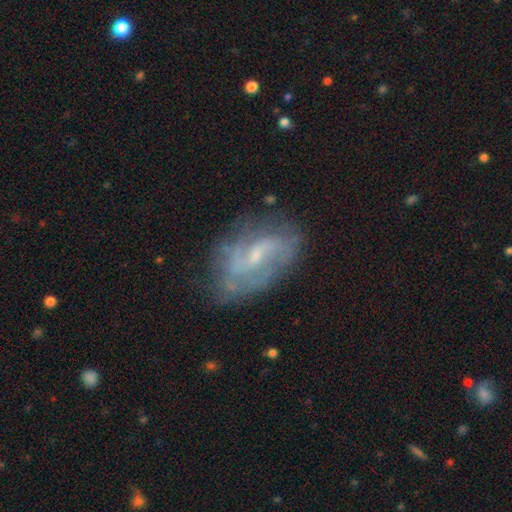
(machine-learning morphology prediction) A featured or disk galaxy (79%) with a weak bar (55%), 2 (64%) medium (43%) spiral arms (87%) and a small central bulge (66%).

Vote fractions:
- Smooth or featured? featured or disk: 79% / smooth: 14% / star or artifact: 7%
- Edge-on disk? no: 96% / yes: 4%
- Bar? weak: 55% / no: 32% / strong: 13%
- Spiral arms? yes: 87% / no: 13%
- Spiral winding? medium: 43% / loose: 35% / tight: 22%
- Spiral arm count? 2: 64% / can't tell: 21% / 3: 6% / 1: 5% / 4: 2% / more than 4: 2%
- Bulge size? small: 66% / moderate: 23% / none: 8% / large: 1% / dominant: 1%
- Merging? none: 64% / minor disturbance: 22% / major disturbance: 11% / merger: 3%